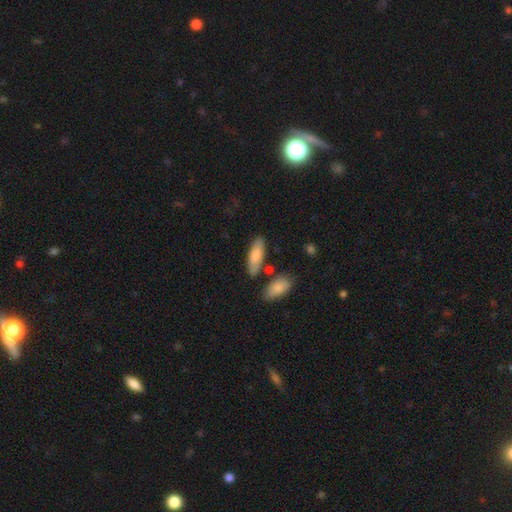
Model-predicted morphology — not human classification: Overall: smooth (77%). How rounded: in between (69%; cigar-shaped 29%). Merging: none (74%).